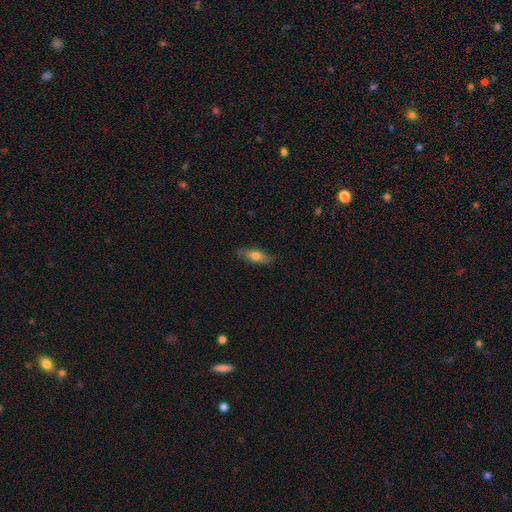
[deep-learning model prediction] This is likely a smooth galaxy (70%). How rounded: likely in between (62%). Merging: clearly none (83%).